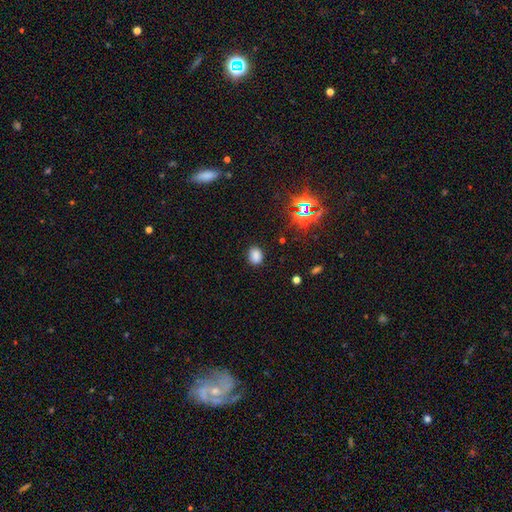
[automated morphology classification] Smooth or featured? Predicted: smooth (p=0.79). How rounded? Predicted: in between (p=0.56). Merging? Predicted: none (p=0.84).